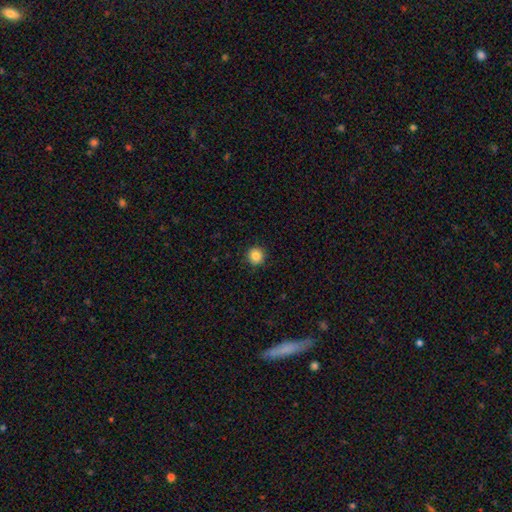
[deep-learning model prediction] Q: Smooth or featured?
A: smooth (85%); runner-up: star or artifact (10%)
Q: How rounded?
A: round (94%); runner-up: in between (6%)
Q: Merging?
A: none (91%); runner-up: minor disturbance (6%)